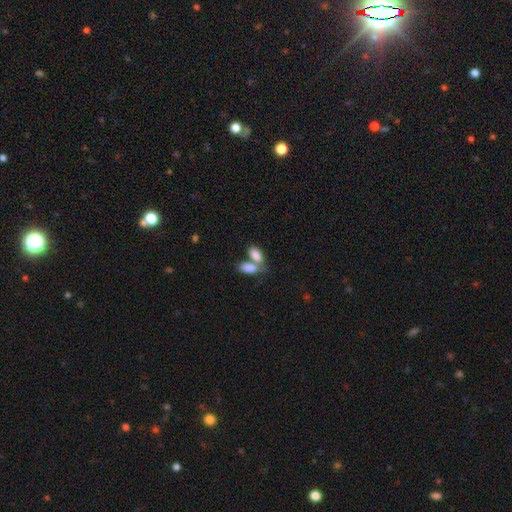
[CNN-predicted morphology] smooth 84%, featured or disk 9%, star or artifact 7%. Down the decision tree: how rounded — in between (92%); merging — merger (59%).